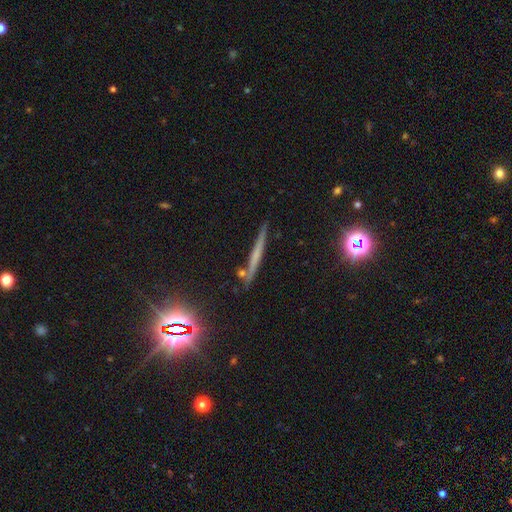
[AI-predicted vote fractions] smooth_or_featured: featured or disk (p=0.41) [alt: smooth p=0.40]
merging: none (p=0.84) [alt: minor disturbance p=0.10]